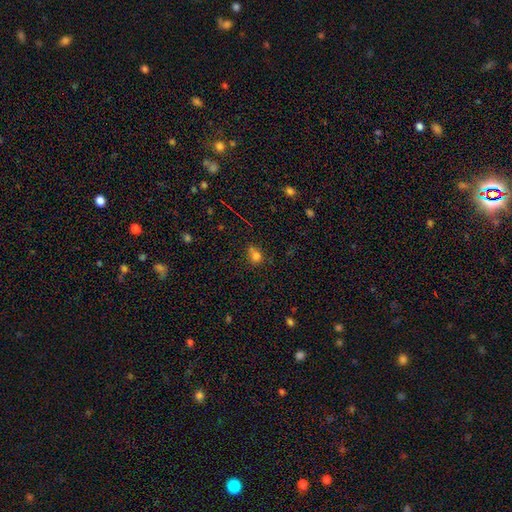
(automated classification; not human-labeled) Q: Smooth or featured?
A: smooth (75%); runner-up: star or artifact (16%)
Q: How rounded?
A: round (73%); runner-up: in between (26%)
Q: Merging?
A: none (49%); runner-up: merger (27%)